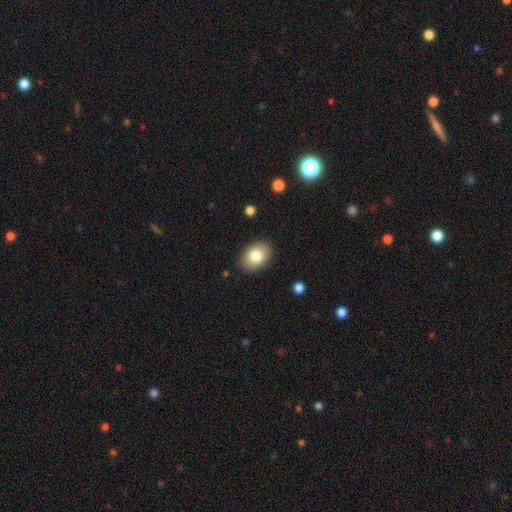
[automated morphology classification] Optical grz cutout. It shows a smooth galaxy with no disk features (81%) that is in between round and cigar-shaped (80%). Merging: none (87%).